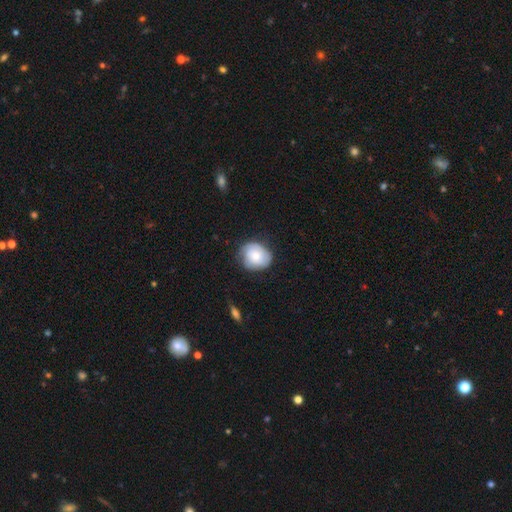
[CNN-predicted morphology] Smooth or featured: smooth — 65% (featured or disk — 29%)
How rounded: round — 65% (in between — 34%)
Merging: none — 64% (minor disturbance — 27%)